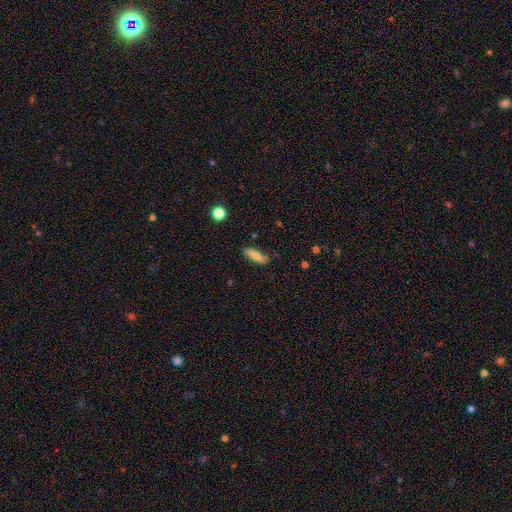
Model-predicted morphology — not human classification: A smooth galaxy with no disk features (70%) that is cigar-shaped (57%). Merging: none (84%).